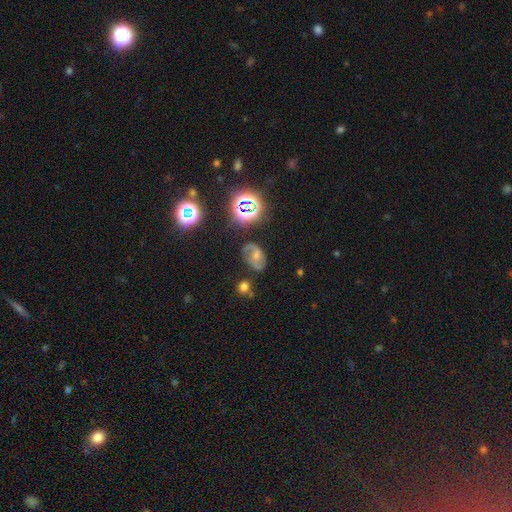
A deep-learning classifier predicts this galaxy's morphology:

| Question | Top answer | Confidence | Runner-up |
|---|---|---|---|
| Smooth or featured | featured or disk | 63% | smooth (21%) |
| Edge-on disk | no | 97% | yes (3%) |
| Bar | no | 44% | weak (42%) |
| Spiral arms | yes | 89% | no (11%) |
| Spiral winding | medium | 45% | loose (40%) |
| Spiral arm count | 2 | 85% | can't tell (8%) |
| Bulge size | small | 43% | moderate (40%) |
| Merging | none | 66% | minor disturbance (21%) |